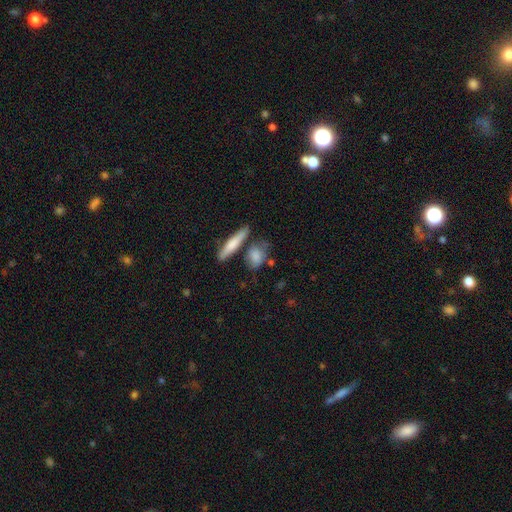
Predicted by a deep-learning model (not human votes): Smooth or featured? smooth (76%)
How rounded? in between (57%)
Merging? none (60%)